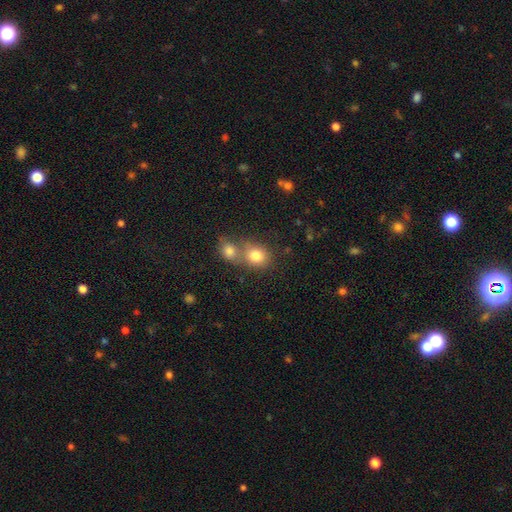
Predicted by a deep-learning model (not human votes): This appears to be a smooth galaxy with no disk features (81%) that is round (67%). Merging: merger (50%).